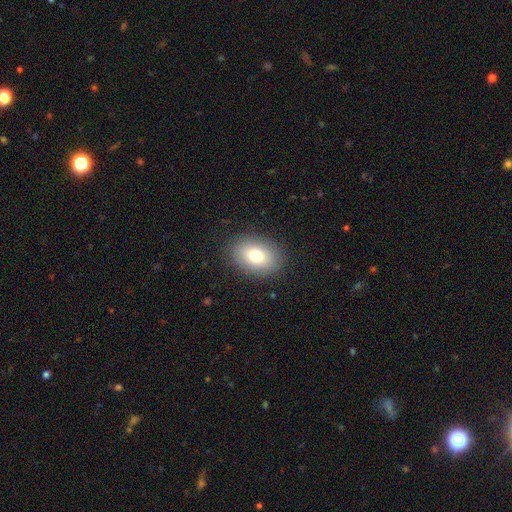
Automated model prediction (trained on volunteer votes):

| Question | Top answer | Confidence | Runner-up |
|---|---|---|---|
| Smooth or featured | smooth | 79% | featured or disk (12%) |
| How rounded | in between | 73% | round (26%) |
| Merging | none | 87% | minor disturbance (9%) |